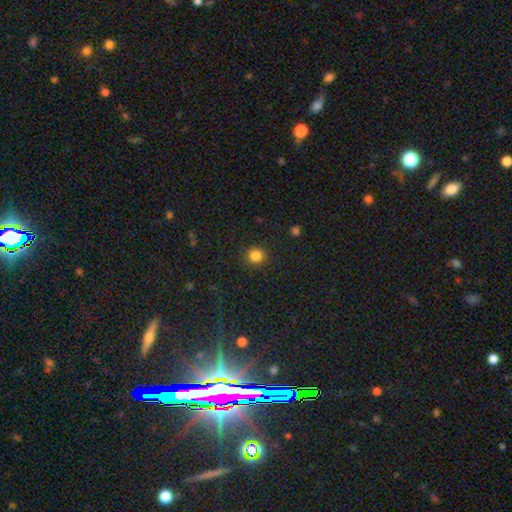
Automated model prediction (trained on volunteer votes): Overall: smooth (84%). How rounded: round (91%). Merging: none (91%).